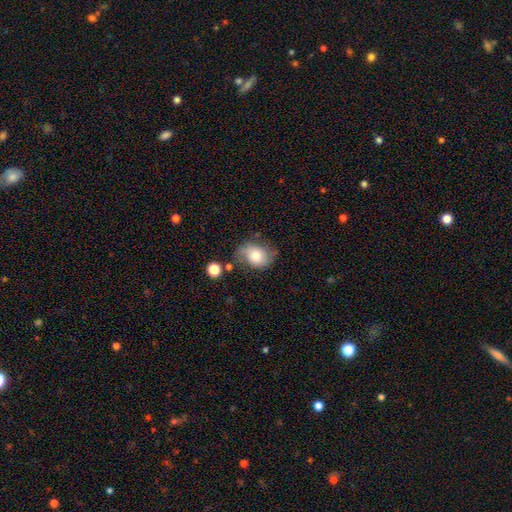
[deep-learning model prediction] smooth_or_featured: smooth (p=0.58) [alt: featured or disk p=0.33]
how_rounded: in between (p=0.58) [alt: round p=0.41]
merging: none (p=0.54) [alt: minor disturbance p=0.27]